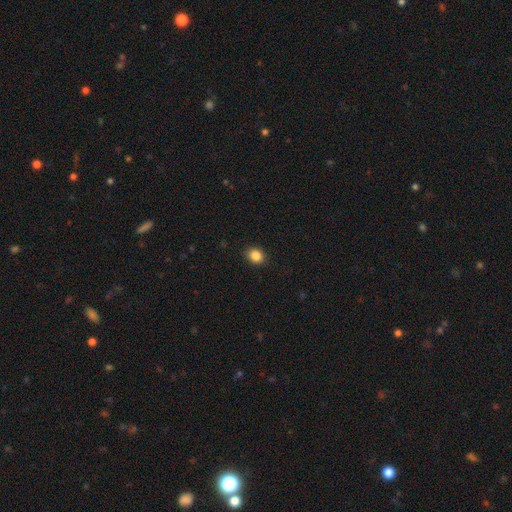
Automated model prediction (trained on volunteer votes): smooth 86%, star or artifact 10%, featured or disk 4%. Down the decision tree: how rounded — round (55%); merging — none (90%).